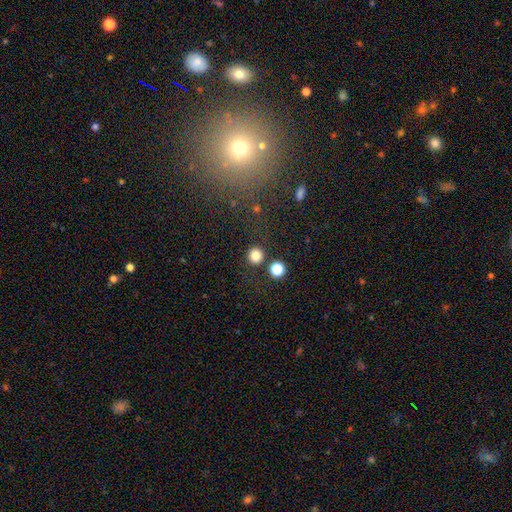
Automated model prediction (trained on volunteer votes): Q: Smooth or featured?
A: smooth (83%); runner-up: star or artifact (13%)
Q: How rounded?
A: round (94%); runner-up: in between (5%)
Q: Merging?
A: none (85%); runner-up: minor disturbance (6%)